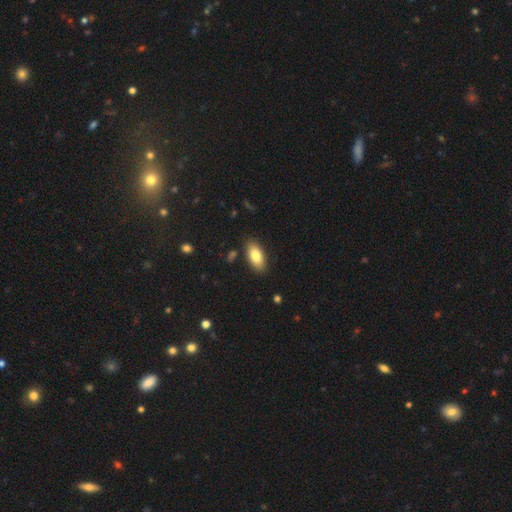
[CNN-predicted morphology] smooth-or-featured: smooth: 80% | featured or disk: 13% | star or artifact: 7%
  how-rounded: in between: 90% | cigar-shaped: 8% | round: 3%
  merging: none: 86% | minor disturbance: 10% | major disturbance: 2% | merger: 2%